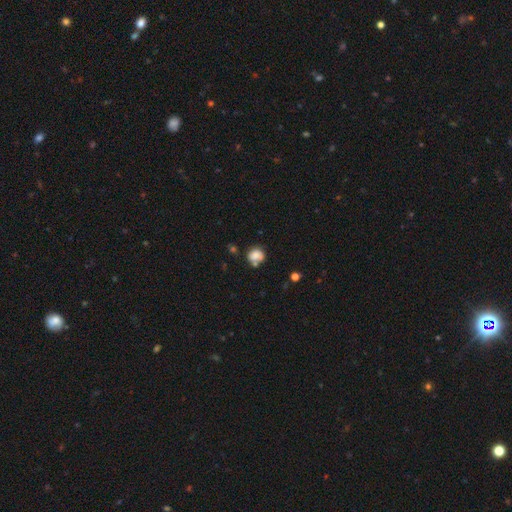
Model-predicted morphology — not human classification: Overall: smooth (76%). How rounded: round (70%). Merging: none (49%; merger 23%).